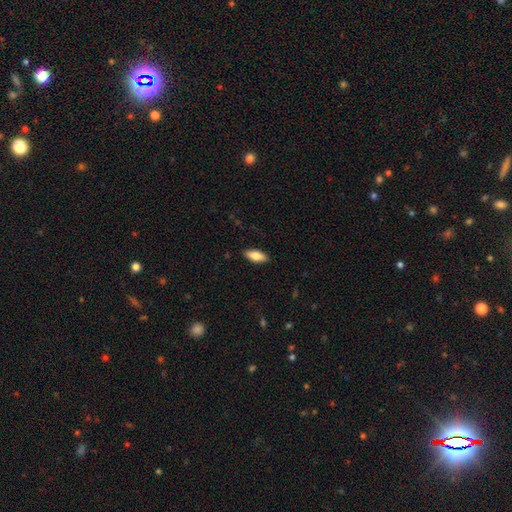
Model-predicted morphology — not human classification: The model was most divided on "how rounded": in between: 80%, cigar-shaped: 18%, round: 2%. More confident: merging — none (89%); smooth or featured — smooth (81%).